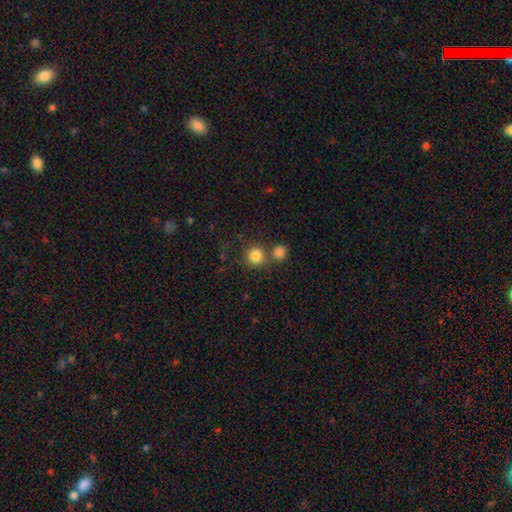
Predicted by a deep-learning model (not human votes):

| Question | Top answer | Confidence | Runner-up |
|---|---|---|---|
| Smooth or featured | smooth | 83% | star or artifact (11%) |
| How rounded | round | 92% | in between (7%) |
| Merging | none | 63% | merger (26%) |